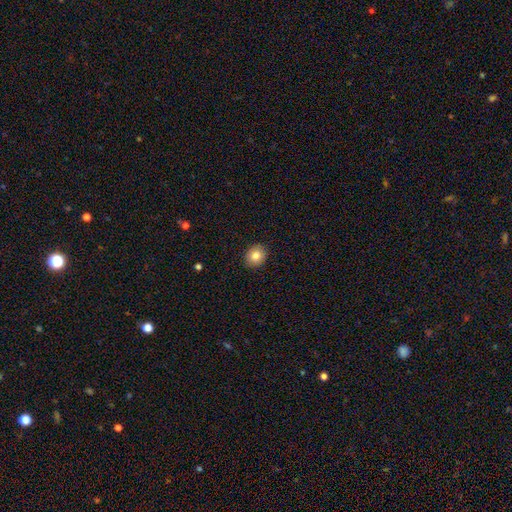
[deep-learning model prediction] Smooth or featured? smooth (82%)
How rounded? round (68%)
Merging? none (90%)